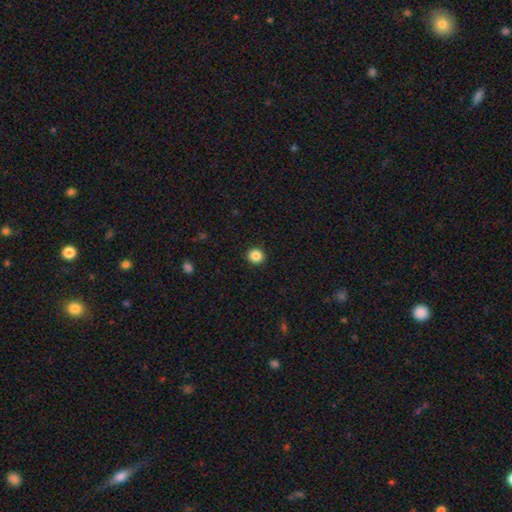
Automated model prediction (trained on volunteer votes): Smooth or featured: smooth — 86% (star or artifact — 10%)
How rounded: round — 89% (in between — 10%)
Merging: none — 92% (minor disturbance — 5%)